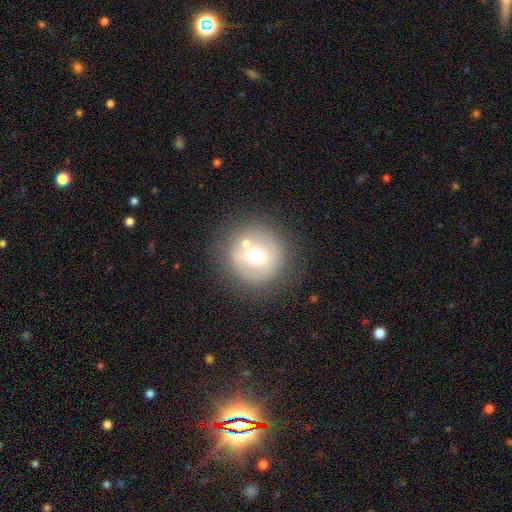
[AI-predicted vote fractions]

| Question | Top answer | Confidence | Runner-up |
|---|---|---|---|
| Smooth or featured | smooth | 60% | featured or disk (27%) |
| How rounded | round | 95% | in between (4%) |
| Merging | none | 71% | merger (13%) |